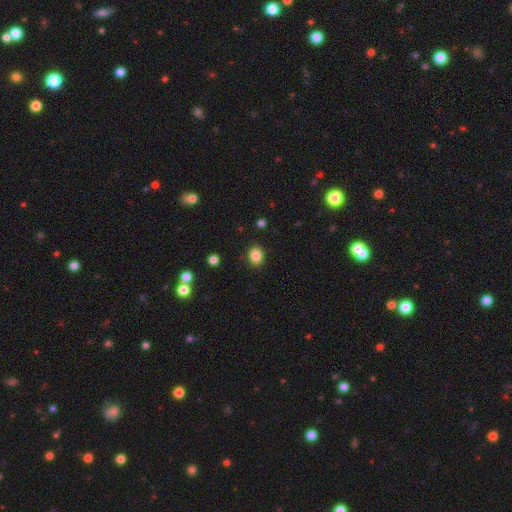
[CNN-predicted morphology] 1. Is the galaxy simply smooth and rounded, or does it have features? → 85% smooth, 10% star or artifact, 5% featured or disk.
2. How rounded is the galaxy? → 55% round, 44% in between, 1% cigar-shaped.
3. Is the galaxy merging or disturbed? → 89% none, 8% minor disturbance, 2% major disturbance, 1% merger.